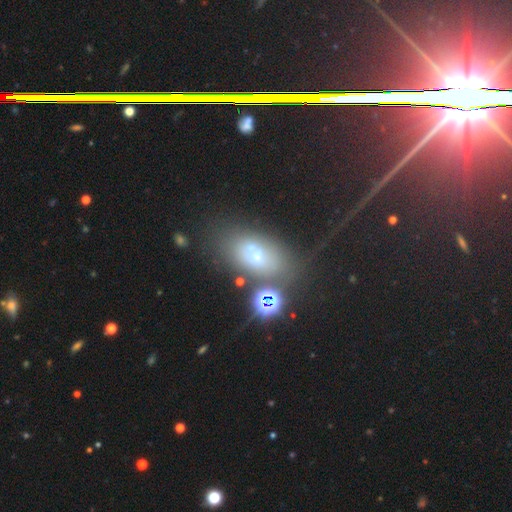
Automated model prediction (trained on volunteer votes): Overall: smooth (48%; featured or disk 27%). Merging: none (49%; merger 25%).